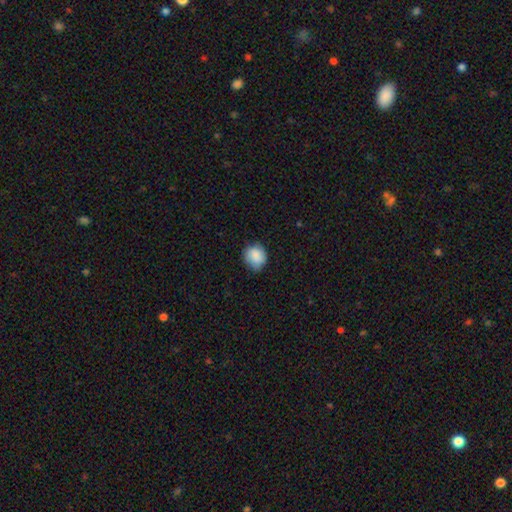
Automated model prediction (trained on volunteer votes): Morphology: type=smooth (85%); roundness=round (71%); merging=none (74%).